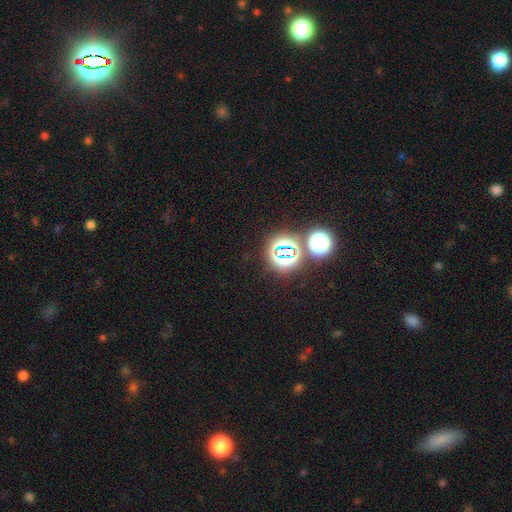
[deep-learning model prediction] Smooth or featured: star or artifact — 72% (smooth — 22%)